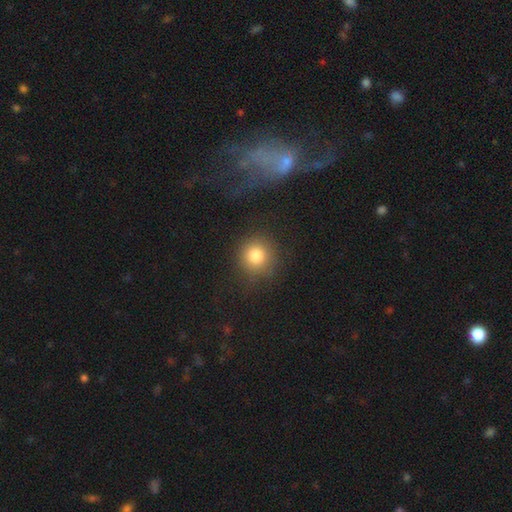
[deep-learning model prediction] Smooth or featured? smooth (81%)
How rounded? round (92%)
Merging? none (83%)